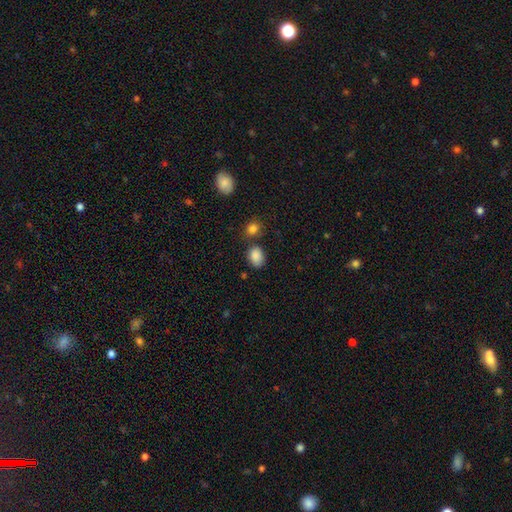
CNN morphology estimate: A smooth galaxy with no disk features (87%) that is in between round and cigar-shaped (68%). Merging: none (68%).